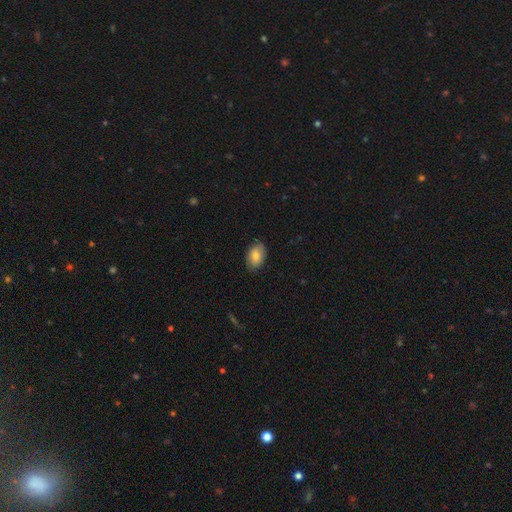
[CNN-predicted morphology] smooth_or_featured: smooth (p=0.78) [alt: featured or disk p=0.15]
how_rounded: in between (p=0.89) [alt: round p=0.10]
merging: none (p=0.83) [alt: minor disturbance p=0.14]